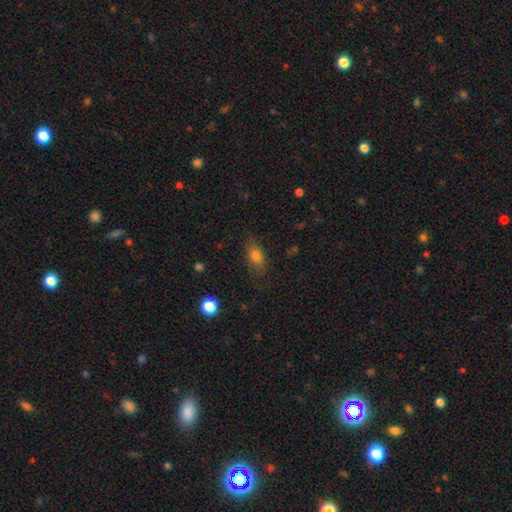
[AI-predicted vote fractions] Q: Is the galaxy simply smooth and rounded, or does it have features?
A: smooth — 76%.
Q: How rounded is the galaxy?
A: in between — 81%.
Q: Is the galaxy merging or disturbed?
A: none — 75%.